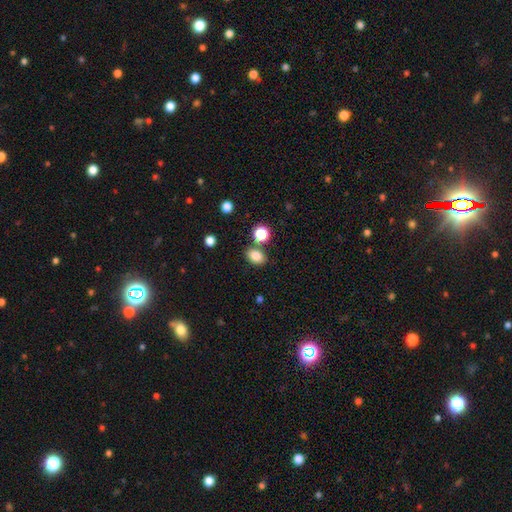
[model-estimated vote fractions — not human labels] Smooth or featured? smooth (81%)
How rounded? in between (74%)
Merging? none (76%)